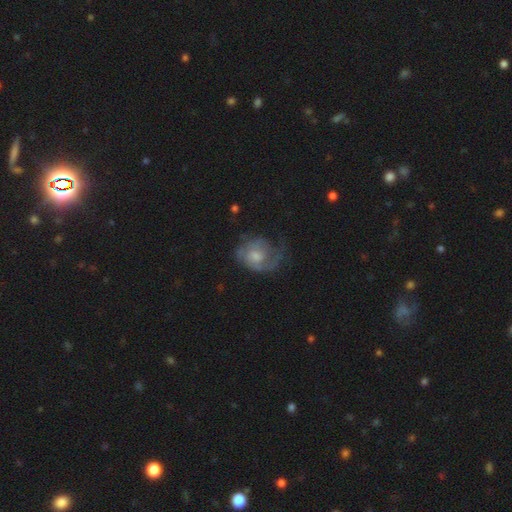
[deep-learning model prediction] A featured or disk galaxy (64%) with no bar (67%), 2 (38%) medium (41%) spiral arms (82%) and a moderate central bulge (48%). Merging: none (46%).